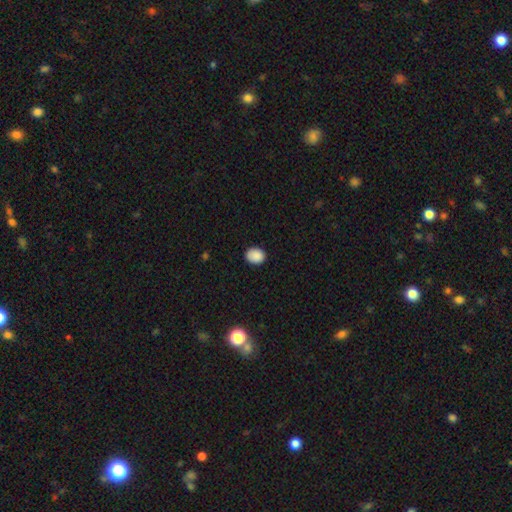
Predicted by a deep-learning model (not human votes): The model was most divided on "how rounded": round: 52%, in between: 47%, cigar-shaped: 1%. More confident: smooth or featured — smooth (88%); merging — none (86%).